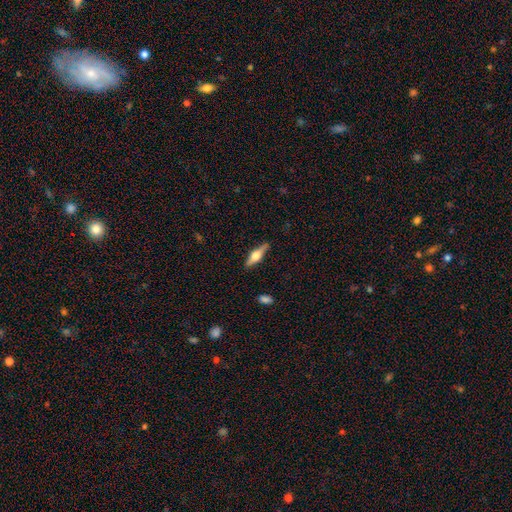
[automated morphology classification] featured or disk 64%, smooth 30%, star or artifact 5%. Down the decision tree: edge-on disk — yes (96%); edge-on bulge — rounded (93%); merging — none (88%).